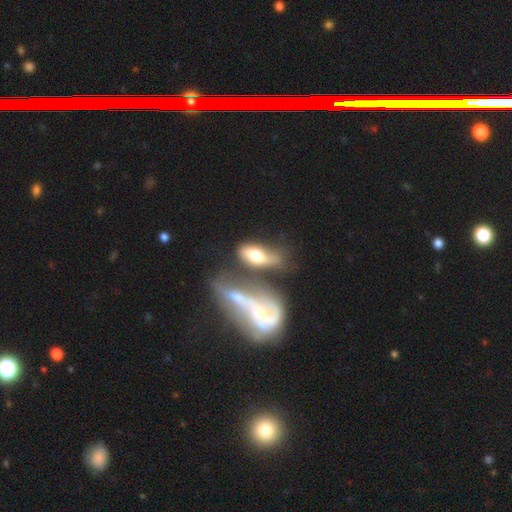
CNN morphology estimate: Q: Smooth or featured?
A: smooth (55%); runner-up: featured or disk (36%)
Q: How rounded?
A: in between (80%); runner-up: cigar-shaped (14%)
Q: Merging?
A: merger (38%); runner-up: none (30%)